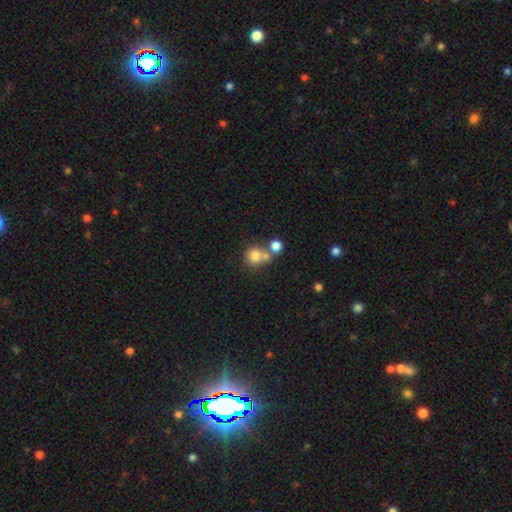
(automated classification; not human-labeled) A smooth galaxy with no disk features (77%) that is round (87%). Merging: none (46%).